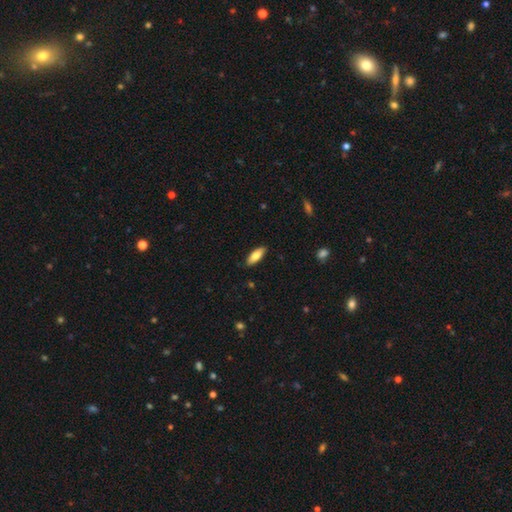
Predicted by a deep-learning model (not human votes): A smooth galaxy with no disk features (78%) that is in between round and cigar-shaped (68%). Merging: none (88%).